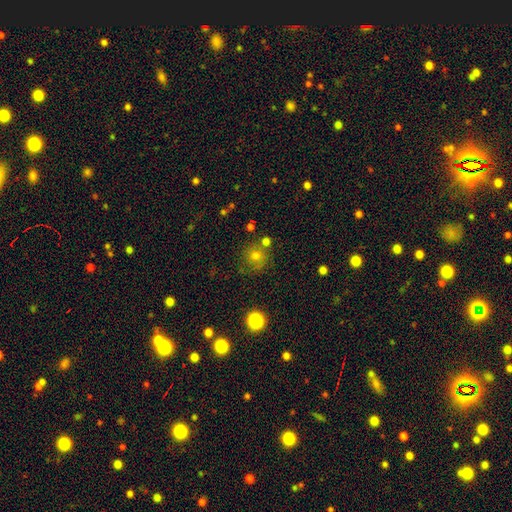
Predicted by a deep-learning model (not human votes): Smooth or featured? Predicted: smooth (p=0.70). How rounded? Predicted: round (p=0.89). Merging? Predicted: none (p=0.68).